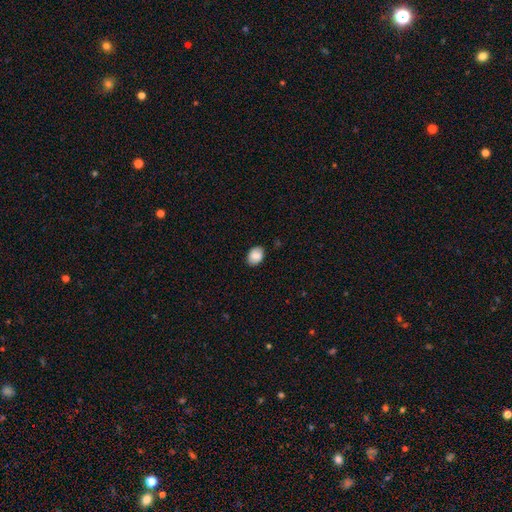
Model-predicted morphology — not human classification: A smooth galaxy with no disk features (81%) that is in between round and cigar-shaped (74%). Merging: none (85%).